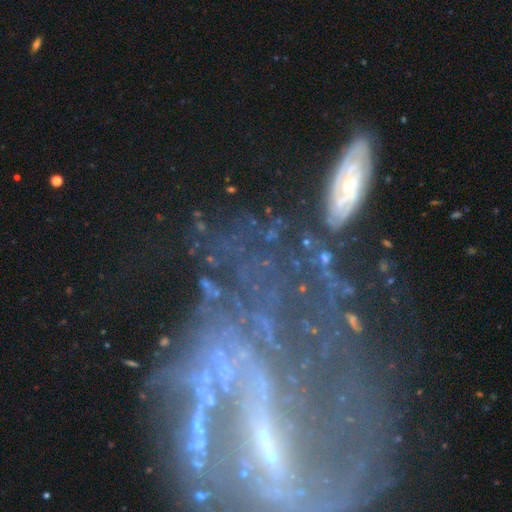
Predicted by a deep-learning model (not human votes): smooth_or_featured: featured or disk (p=0.68) [alt: star or artifact p=0.17]
disk_edge_on: no (p=0.88) [alt: yes p=0.12]
bar: no (p=0.46) [alt: strong p=0.27]
has_spiral_arms: yes (p=0.62) [alt: no p=0.38]
bulge_size: small (p=0.53) [alt: none p=0.21]
merging: none (p=0.49) [alt: major disturbance p=0.24]